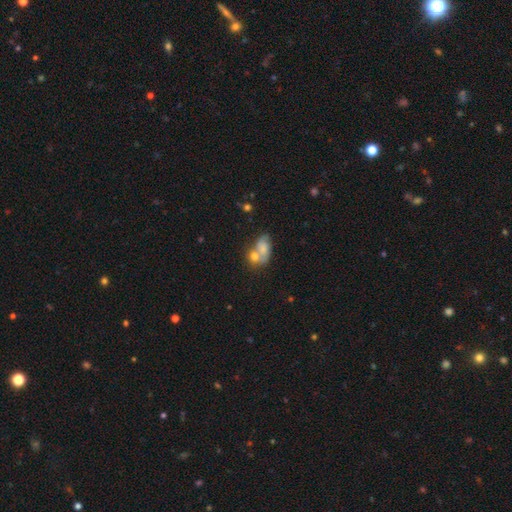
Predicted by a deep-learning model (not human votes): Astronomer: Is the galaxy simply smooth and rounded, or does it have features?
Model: smooth — 56%.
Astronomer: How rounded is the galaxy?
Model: in between — 66%.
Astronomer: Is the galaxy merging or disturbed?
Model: merger — 56%.